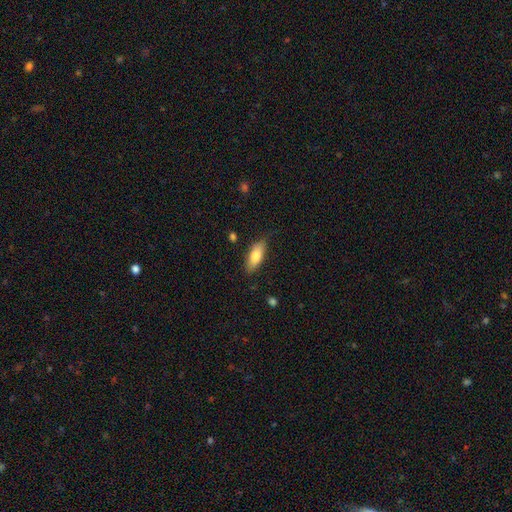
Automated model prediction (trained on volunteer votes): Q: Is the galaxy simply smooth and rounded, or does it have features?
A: smooth — 78%.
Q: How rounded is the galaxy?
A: in between — 76%.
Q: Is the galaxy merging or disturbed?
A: none — 78%.